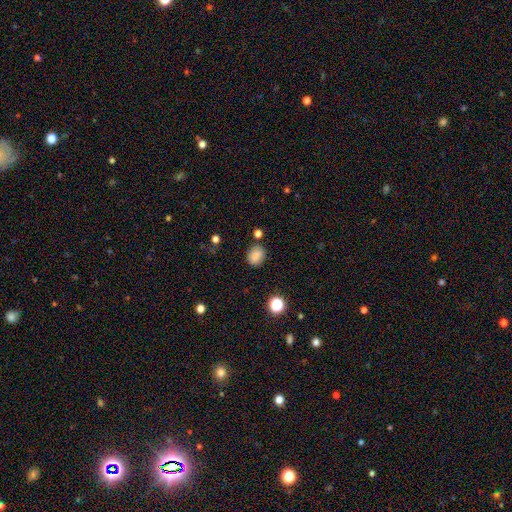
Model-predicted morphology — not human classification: Smooth or featured? Predicted: smooth (p=0.84). How rounded? Predicted: round (p=0.54). Merging? Predicted: none (p=0.79).